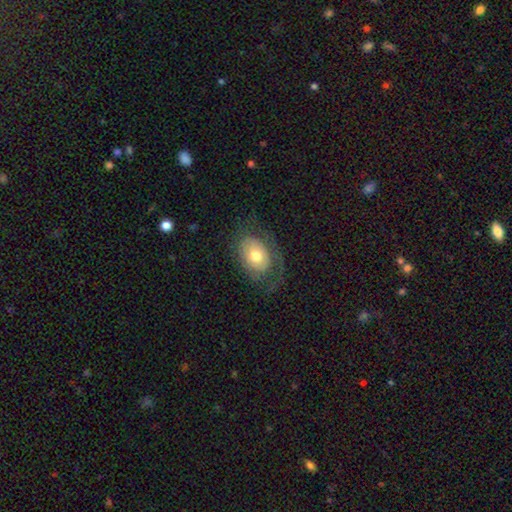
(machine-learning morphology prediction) smooth-or-featured: smooth: 53% | featured or disk: 40% | star or artifact: 7%
  how-rounded: in between: 78% | round: 21% | cigar-shaped: 1%
  merging: none: 59% | minor disturbance: 21% | major disturbance: 19% | merger: 1%